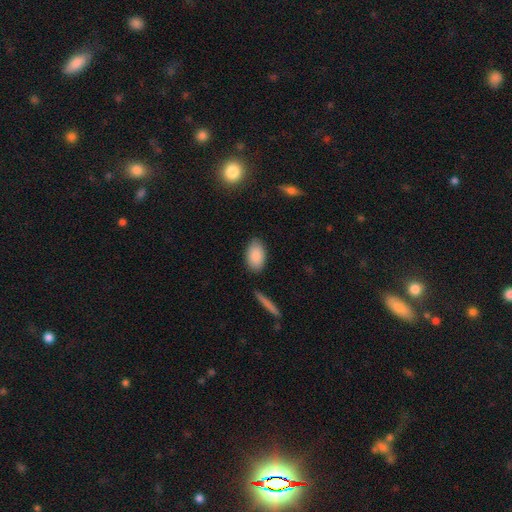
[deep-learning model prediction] A smooth galaxy with no disk features (88%) that is in between round and cigar-shaped (93%). Merging: none (83%).